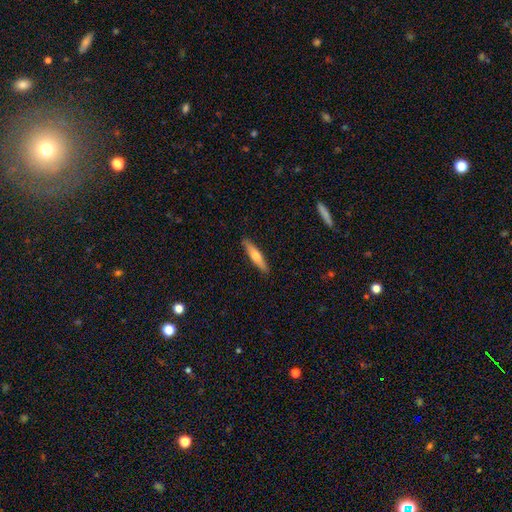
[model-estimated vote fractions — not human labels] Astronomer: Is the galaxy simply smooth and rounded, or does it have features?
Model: smooth — 60%.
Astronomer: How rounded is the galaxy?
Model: cigar-shaped — 84%.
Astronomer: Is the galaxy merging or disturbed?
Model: none — 90%.